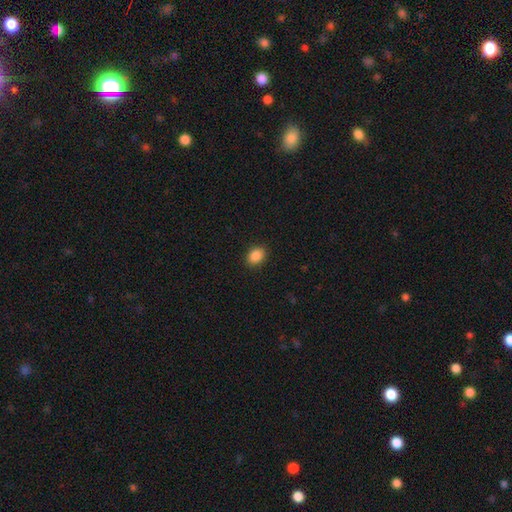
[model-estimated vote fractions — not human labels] smooth_or_featured: smooth (p=0.88) [alt: star or artifact p=0.09]
how_rounded: in between (p=0.63) [alt: round p=0.36]
merging: none (p=0.90) [alt: minor disturbance p=0.07]